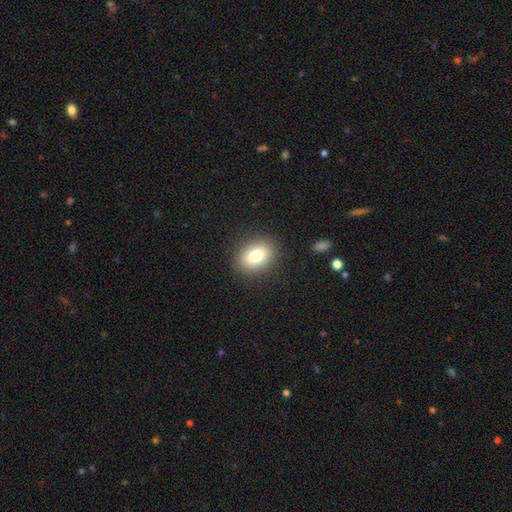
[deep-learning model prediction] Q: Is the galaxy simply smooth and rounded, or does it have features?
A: smooth — 80%.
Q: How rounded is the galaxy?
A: in between — 74%.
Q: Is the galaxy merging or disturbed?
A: none — 88%.